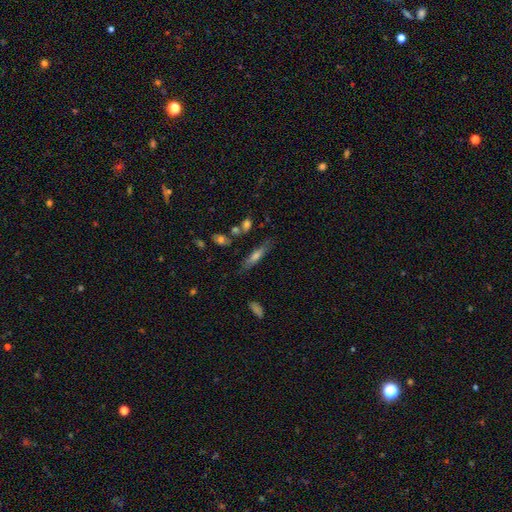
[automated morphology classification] Overall: smooth (52%; featured or disk 38%). How rounded: cigar-shaped (75%). Merging: none (74%).